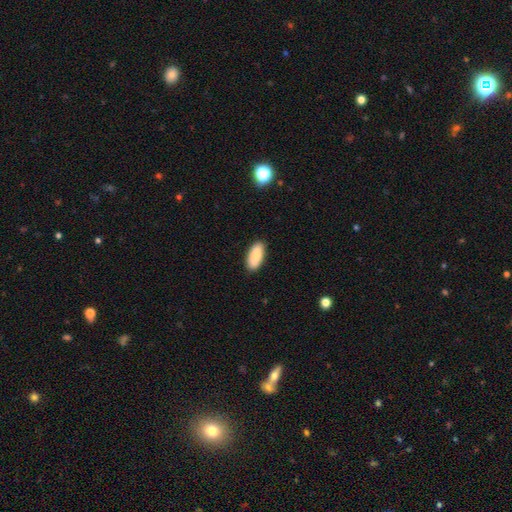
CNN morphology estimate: Overall: smooth (88%). How rounded: in between (78%). Merging: none (89%).